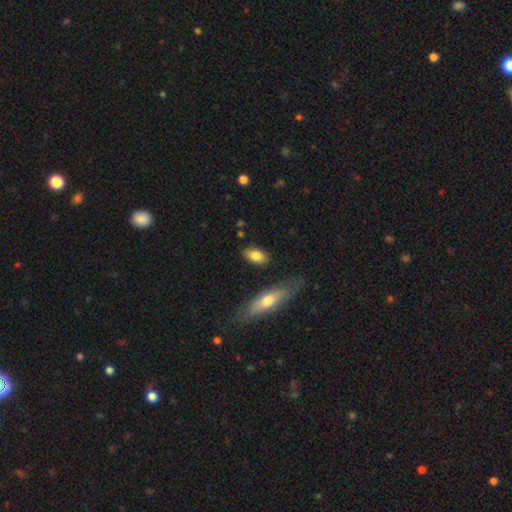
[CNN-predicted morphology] A smooth galaxy with no disk features (81%) that is in between round and cigar-shaped (87%). Merging: none (82%).